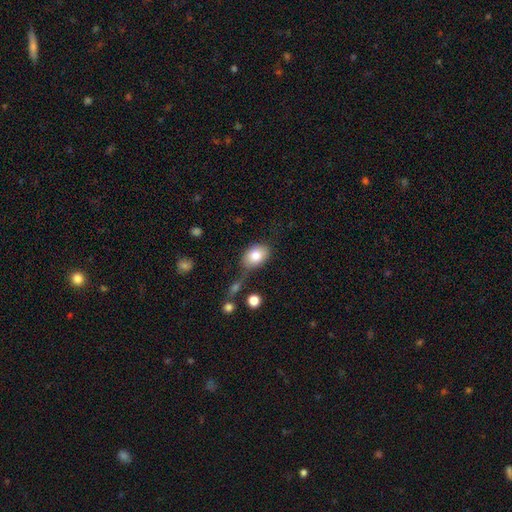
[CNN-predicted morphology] Overall: smooth (81%). How rounded: in between (80%). Merging: none (55%; minor disturbance 23%).